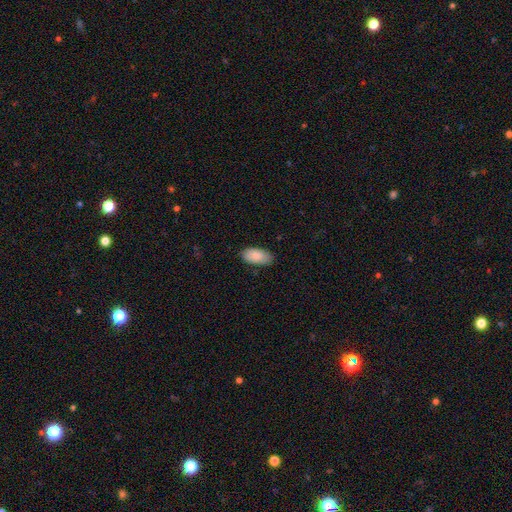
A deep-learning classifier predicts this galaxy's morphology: Overall: smooth (84%). How rounded: in between (94%). Merging: none (83%).